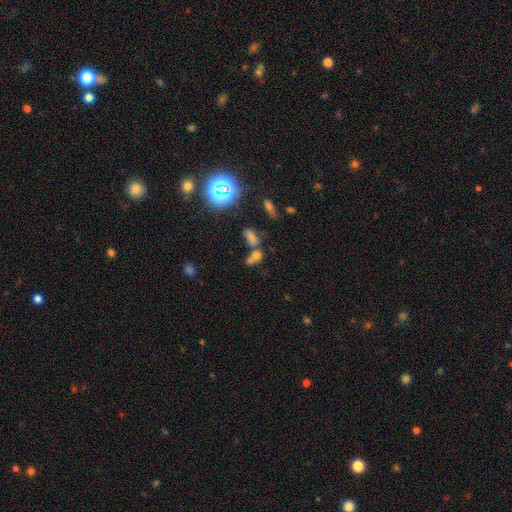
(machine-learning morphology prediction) A smooth galaxy with no disk features (59%) that is in between round and cigar-shaped (59%).

Vote fractions:
- Smooth or featured? smooth: 59% / star or artifact: 26% / featured or disk: 15%
- How rounded? in between: 59% / round: 34% / cigar-shaped: 7%
- Merging? merger: 54% / none: 31% / minor disturbance: 9% / major disturbance: 6%